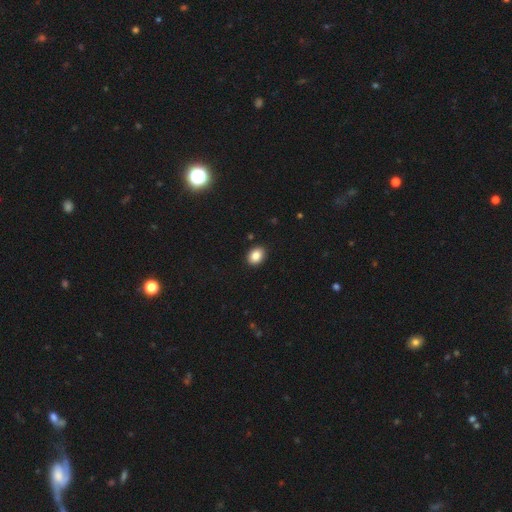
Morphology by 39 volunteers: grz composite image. It shows a smooth galaxy with no disk features (90%) that is in between round and cigar-shaped (63%). Merging: none (86%).